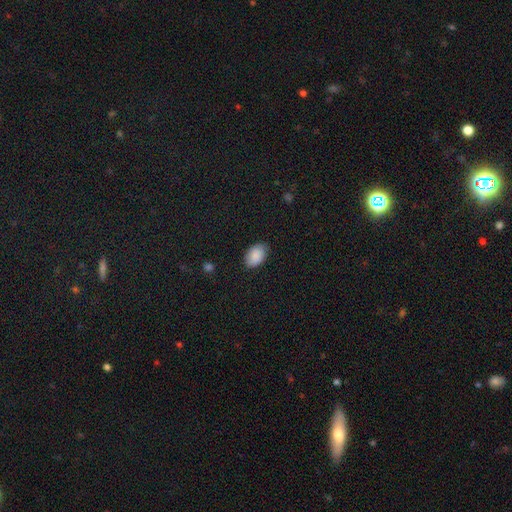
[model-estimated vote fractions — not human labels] smooth-or-featured: smooth: 89% | star or artifact: 7% | featured or disk: 5%
  how-rounded: in between: 90% | round: 9% | cigar-shaped: 1%
  merging: none: 82% | minor disturbance: 14% | major disturbance: 3% | merger: 1%